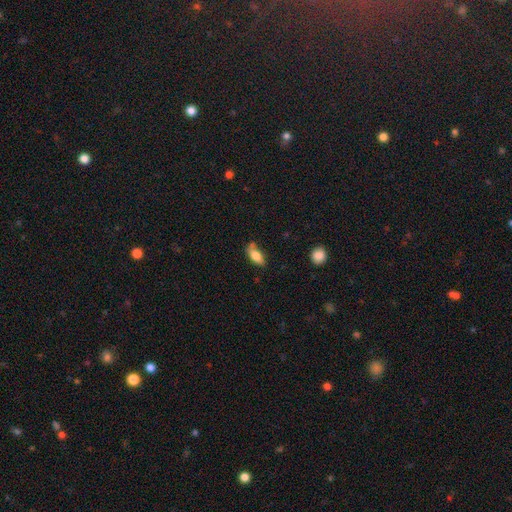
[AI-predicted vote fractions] smooth-or-featured: smooth: 77% | featured or disk: 15% | star or artifact: 7%
  how-rounded: in between: 82% | cigar-shaped: 15% | round: 3%
  merging: none: 59% | minor disturbance: 28% | major disturbance: 7% | merger: 6%